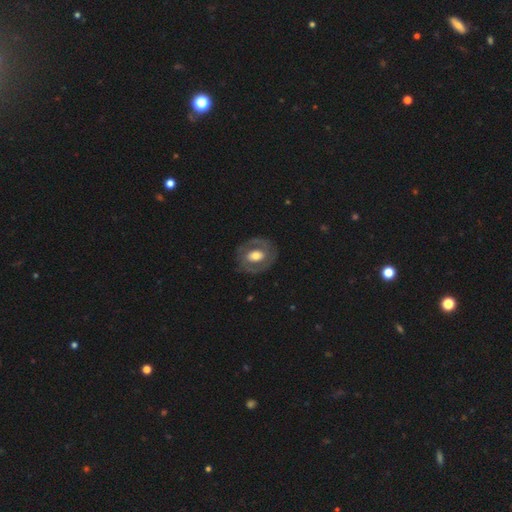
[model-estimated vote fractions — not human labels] A featured or disk galaxy (62%) with no bar (56%), no spiral arms (60%) and a moderate central bulge (56%).

Vote fractions:
- Smooth or featured? featured or disk: 62% / smooth: 33% / star or artifact: 5%
- Edge-on disk? no: 96% / yes: 4%
- Bar? no: 56% / weak: 29% / strong: 15%
- Spiral arms? no: 60% / yes: 40%
- Bulge size? moderate: 56% / large: 31% / small: 9% / dominant: 2% / none: 1%
- Merging? none: 79% / minor disturbance: 13% / major disturbance: 7% / merger: 1%